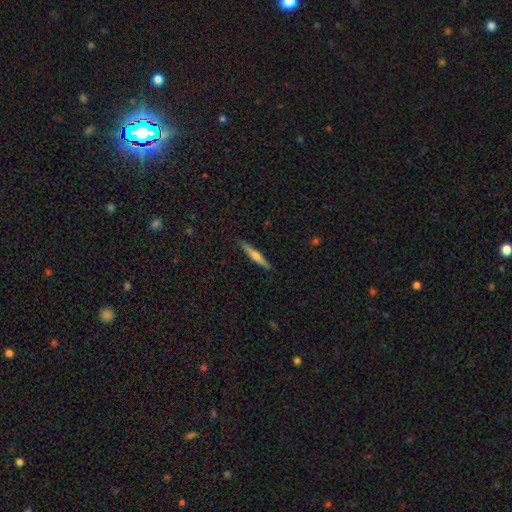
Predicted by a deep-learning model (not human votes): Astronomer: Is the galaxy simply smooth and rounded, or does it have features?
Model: featured or disk — 52% (runner-up: smooth, 42%).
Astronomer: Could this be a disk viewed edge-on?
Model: yes — 97%.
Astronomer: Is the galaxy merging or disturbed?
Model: none — 89%.